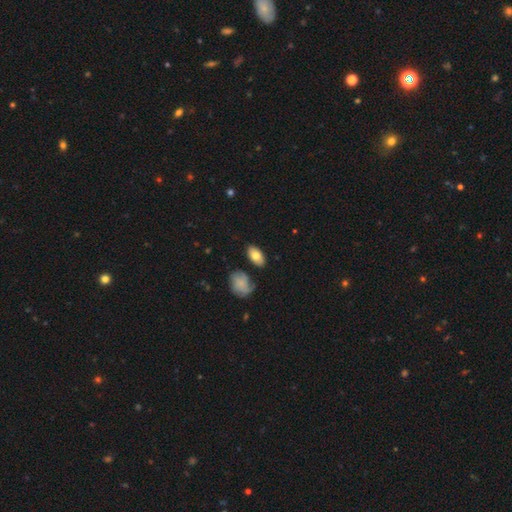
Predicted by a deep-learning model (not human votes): Morphology: type=smooth (73%); roundness=in between (92%); merging=none (77%).